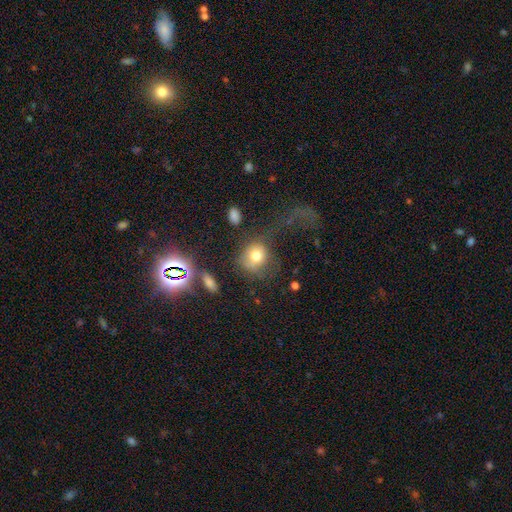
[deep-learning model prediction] smooth_or_featured: smooth (p=0.73) [alt: featured or disk p=0.16]
how_rounded: round (p=0.69) [alt: in between p=0.29]
merging: major disturbance (p=0.40) [alt: none p=0.35]